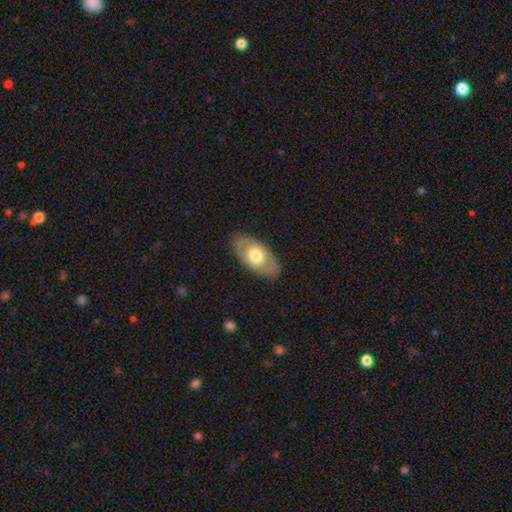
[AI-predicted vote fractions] smooth 55%, featured or disk 40%, star or artifact 5%. Down the decision tree: how rounded — in between (91%); merging — none (86%).